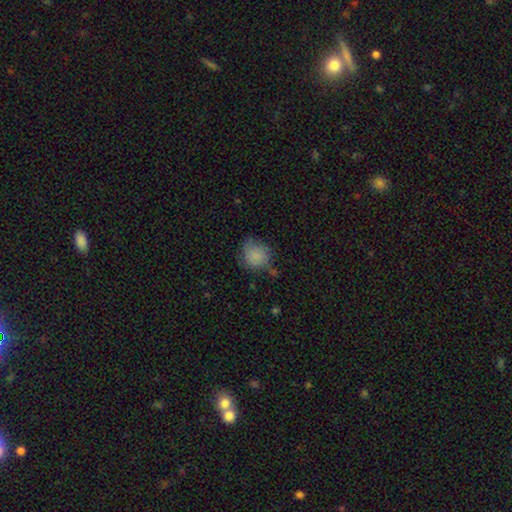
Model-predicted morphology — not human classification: The model was most divided on "merging": none: 51%, minor disturbance: 33%, major disturbance: 11%, merger: 4%. More confident: smooth or featured — smooth (80%); how rounded — round (79%).